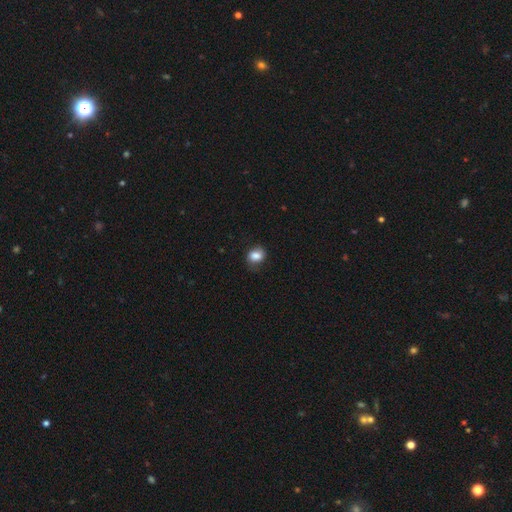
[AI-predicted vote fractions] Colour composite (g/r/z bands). It shows a smooth galaxy with no disk features (79%) that is in between round and cigar-shaped (55%). Merging: none (66%).